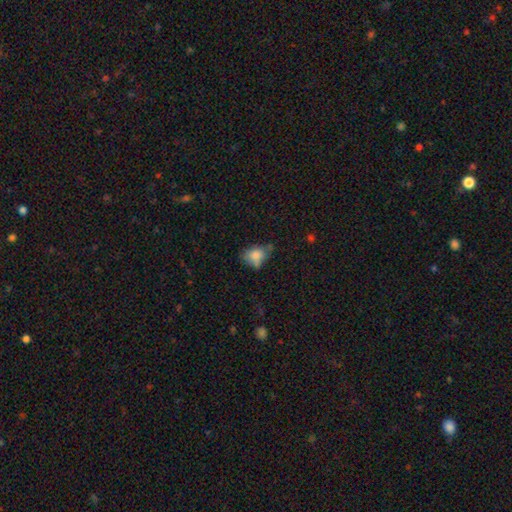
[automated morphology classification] Smooth or featured: smooth — 76% (featured or disk — 14%)
How rounded: in between — 68% (round — 30%)
Merging: none — 43% (minor disturbance — 32%)